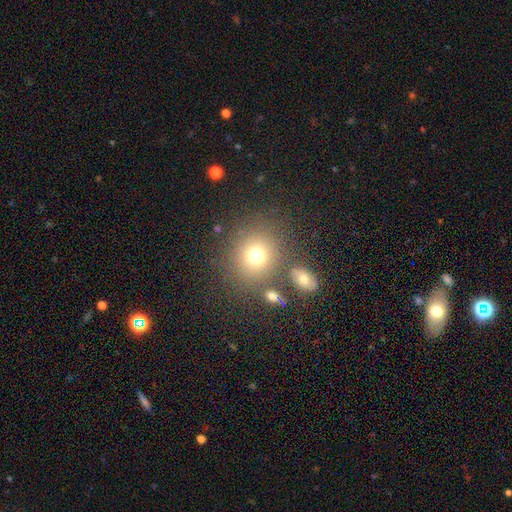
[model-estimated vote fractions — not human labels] Smooth or featured? Predicted: smooth (p=0.74). How rounded? Predicted: round (p=0.82). Merging? Predicted: none (p=0.76).